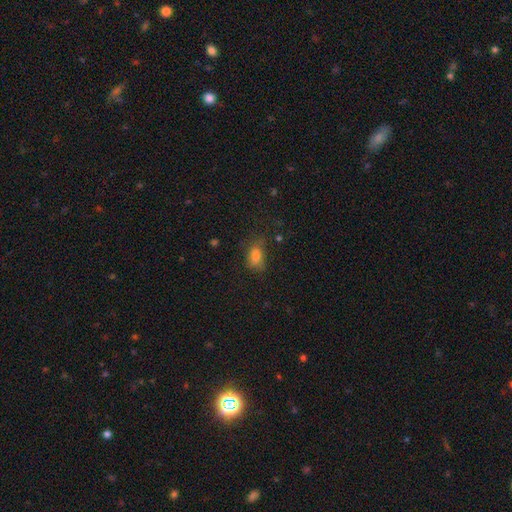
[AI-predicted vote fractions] A smooth galaxy with no disk features (77%) that is in between round and cigar-shaped (82%). Merging: none (58%).